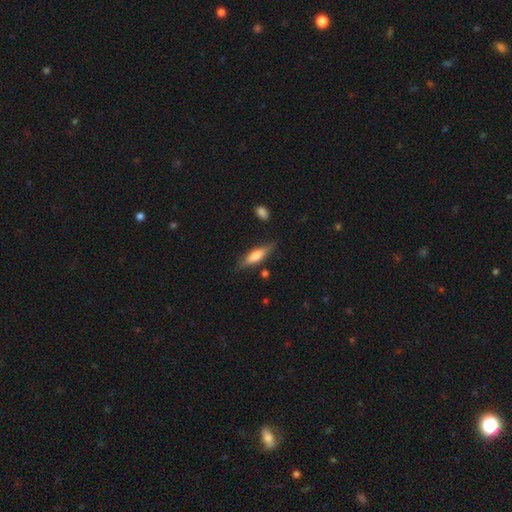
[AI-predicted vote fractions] Smooth or featured? smooth (64%)
How rounded? cigar-shaped (58%)
Merging? none (77%)